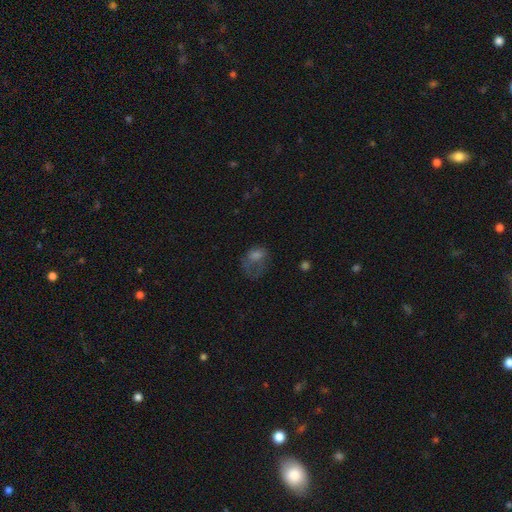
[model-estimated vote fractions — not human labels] smooth 51%, featured or disk 29%, star or artifact 19%. Down the decision tree: how rounded — in between (65%); merging — major disturbance (46%).